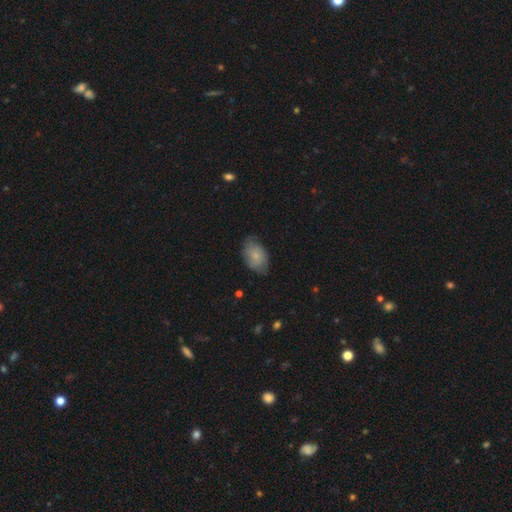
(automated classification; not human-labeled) Overall: smooth (76%). How rounded: in between (90%). Merging: none (69%).